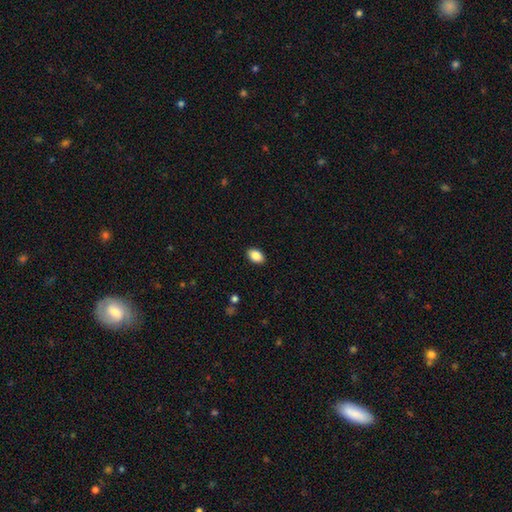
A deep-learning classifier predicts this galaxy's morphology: This is clearly a smooth galaxy (86%). How rounded: clearly in between (89%). Merging: clearly none (90%).